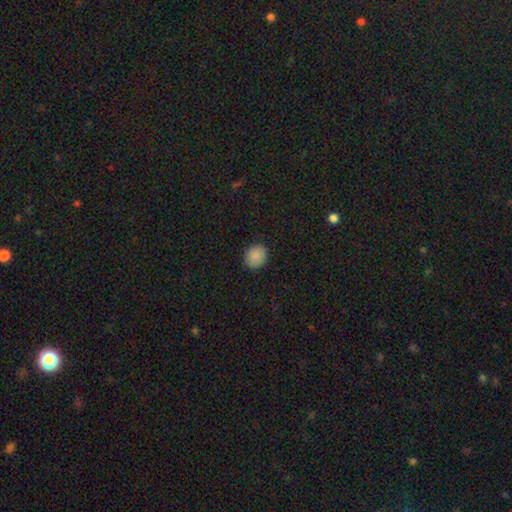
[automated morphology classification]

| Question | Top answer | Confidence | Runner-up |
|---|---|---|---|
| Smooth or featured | smooth | 88% | star or artifact (9%) |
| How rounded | round | 79% | in between (20%) |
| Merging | none | 90% | minor disturbance (8%) |